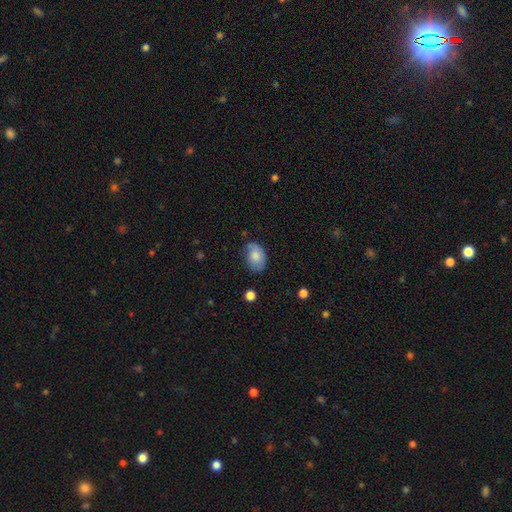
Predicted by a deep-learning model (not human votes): smooth-or-featured: smooth: 78% | featured or disk: 15% | star or artifact: 7%
  how-rounded: in between: 86% | round: 13% | cigar-shaped: 1%
  merging: none: 63% | minor disturbance: 29% | major disturbance: 6% | merger: 2%